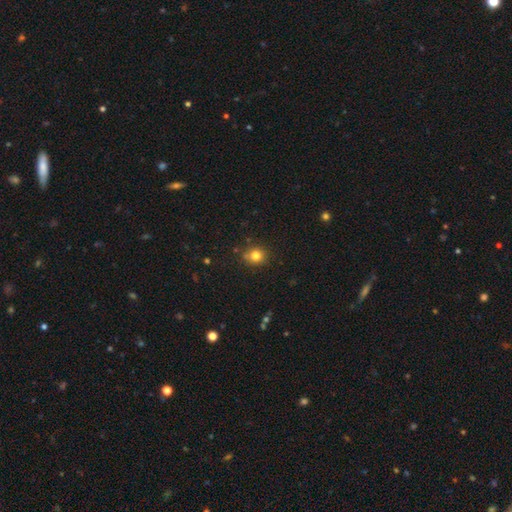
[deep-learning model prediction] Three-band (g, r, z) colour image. It shows a smooth galaxy with no disk features (81%) that is round (82%). Merging: none (81%).